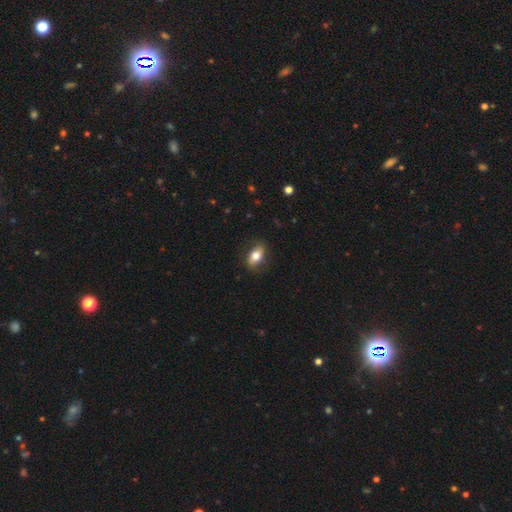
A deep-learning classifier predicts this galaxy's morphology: smooth-or-featured: smooth: 72% | featured or disk: 21% | star or artifact: 7%
  how-rounded: in between: 85% | round: 8% | cigar-shaped: 7%
  merging: none: 82% | minor disturbance: 14% | major disturbance: 4% | merger: 1%